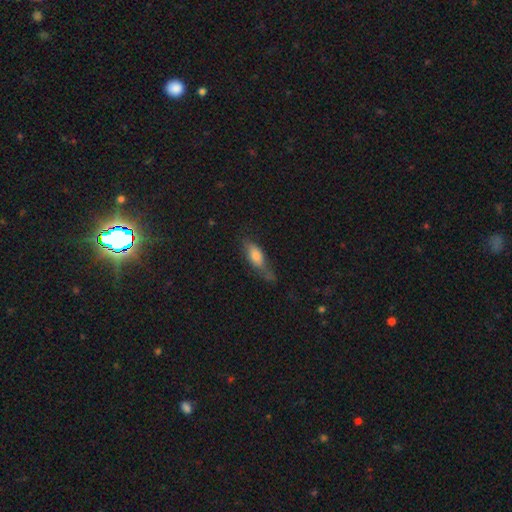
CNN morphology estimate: smooth_or_featured: smooth (p=0.73) [alt: featured or disk p=0.19]
how_rounded: in between (p=0.69) [alt: cigar-shaped p=0.28]
merging: none (p=0.43) [alt: minor disturbance p=0.32]